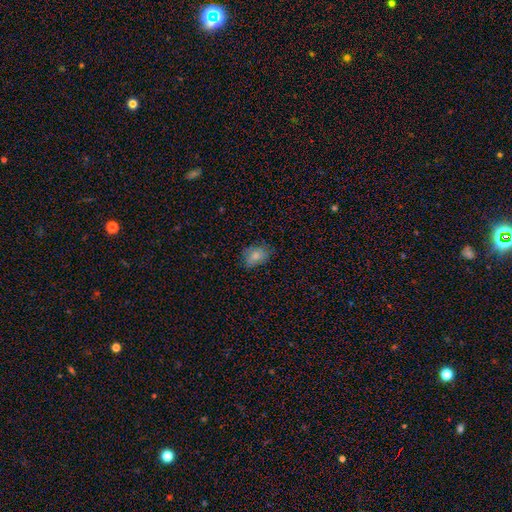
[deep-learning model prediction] smooth_or_featured: smooth (p=0.81) [alt: featured or disk p=0.10]
how_rounded: in between (p=0.77) [alt: round p=0.21]
merging: none (p=0.73) [alt: minor disturbance p=0.21]